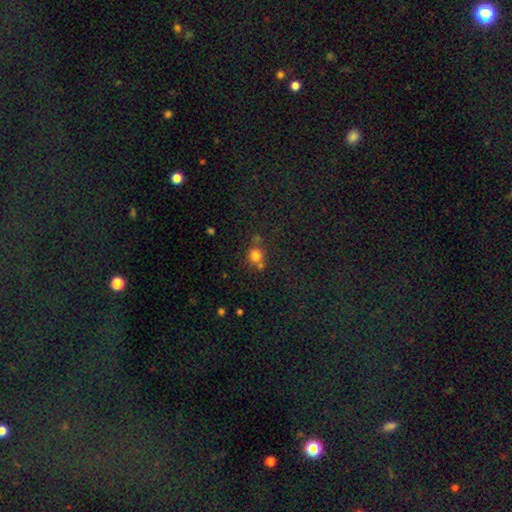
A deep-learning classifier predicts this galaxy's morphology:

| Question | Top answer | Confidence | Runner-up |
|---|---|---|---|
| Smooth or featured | smooth | 76% | star or artifact (16%) |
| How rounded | round | 86% | in between (12%) |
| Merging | none | 55% | merger (28%) |